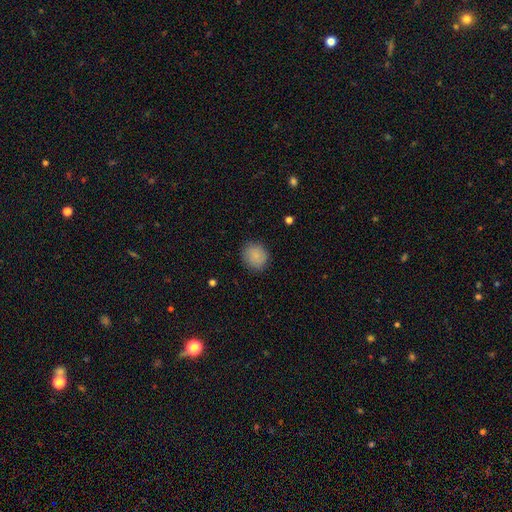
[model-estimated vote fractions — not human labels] This is clearly a smooth galaxy (86%). How rounded: likely round (79%). Merging: clearly none (86%).